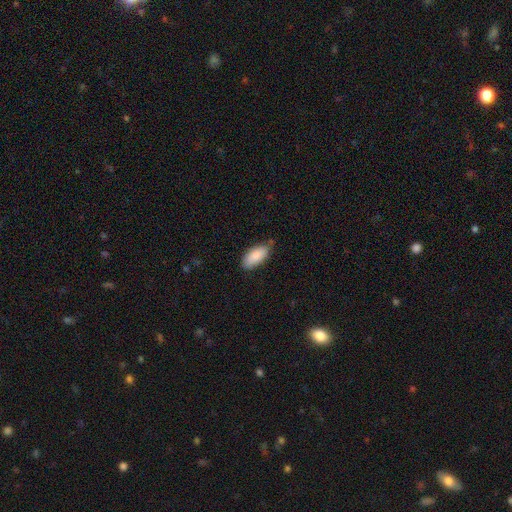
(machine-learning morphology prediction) Smooth or featured: smooth — 88% (featured or disk — 6%)
How rounded: in between — 89% (cigar-shaped — 9%)
Merging: none — 69% (minor disturbance — 25%)